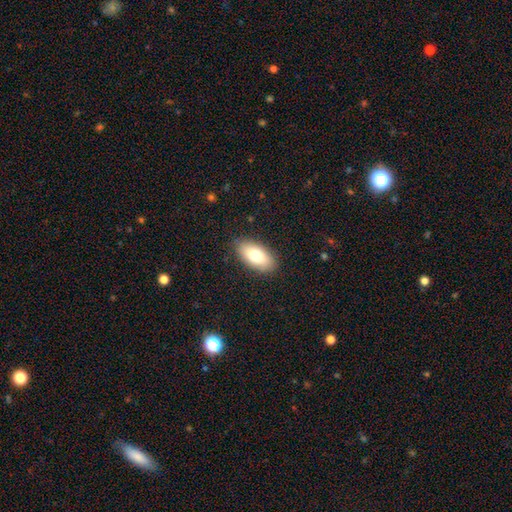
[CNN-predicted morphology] smooth_or_featured: smooth (p=0.77) [alt: featured or disk p=0.16]
how_rounded: in between (p=0.92) [alt: cigar-shaped p=0.05]
merging: none (p=0.87) [alt: minor disturbance p=0.10]